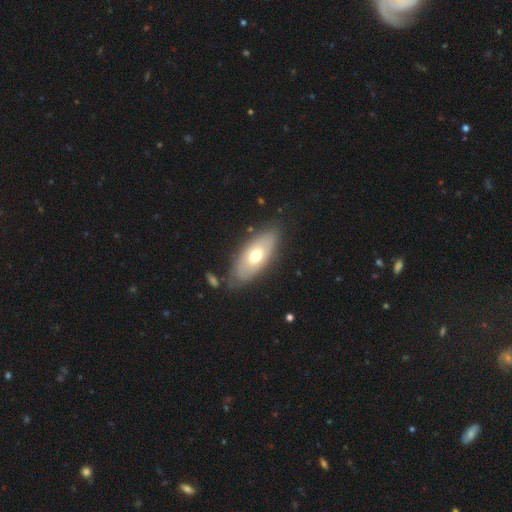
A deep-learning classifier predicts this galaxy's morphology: A smooth galaxy with no disk features (52%) that is in between round and cigar-shaped (85%). Merging: none (77%).